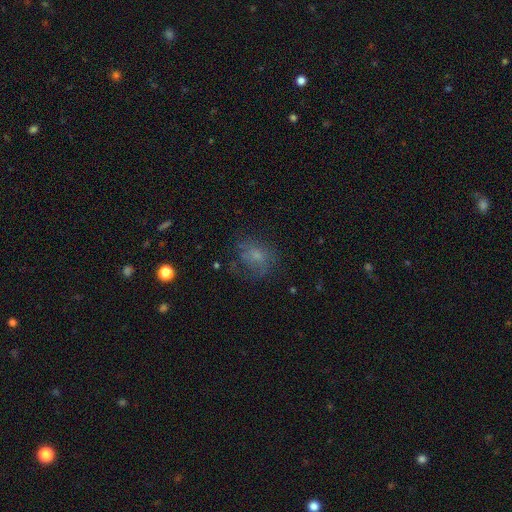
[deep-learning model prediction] Overall: smooth (57%; featured or disk 26%). How rounded: round (61%; in between 38%). Merging: none (55%; minor disturbance 22%).